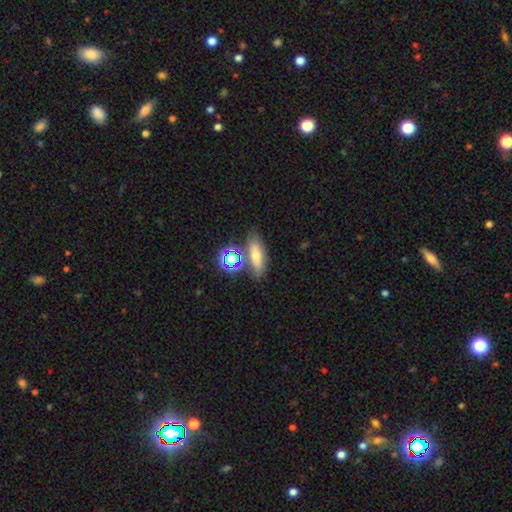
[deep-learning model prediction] Smooth or featured: smooth — 56% (featured or disk — 23%)
How rounded: in between — 56% (cigar-shaped — 31%)
Merging: none — 69% (merger — 14%)